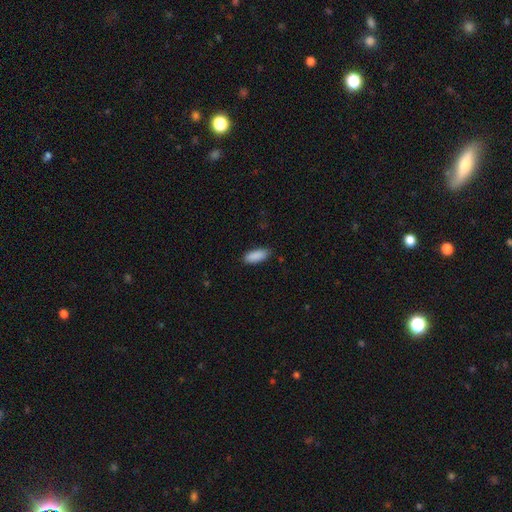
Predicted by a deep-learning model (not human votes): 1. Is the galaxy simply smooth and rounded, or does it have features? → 90% smooth, 6% star or artifact, 4% featured or disk.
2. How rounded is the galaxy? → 80% in between, 19% cigar-shaped, 2% round.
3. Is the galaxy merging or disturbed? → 84% none, 13% minor disturbance, 2% major disturbance, 1% merger.